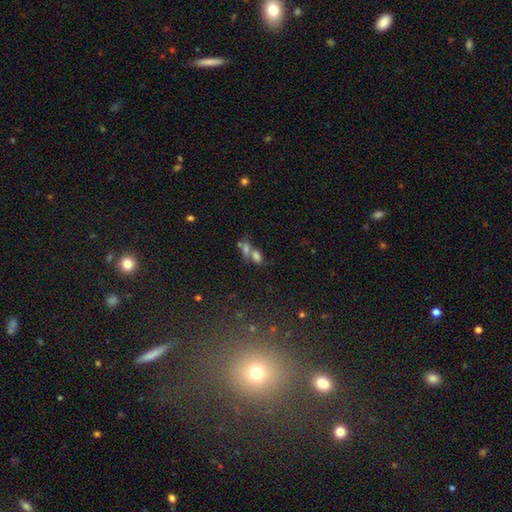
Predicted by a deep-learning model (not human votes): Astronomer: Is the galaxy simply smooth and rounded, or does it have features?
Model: smooth — 68%.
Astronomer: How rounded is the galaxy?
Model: in between — 80%.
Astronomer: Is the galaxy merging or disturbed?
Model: merger — 59%.